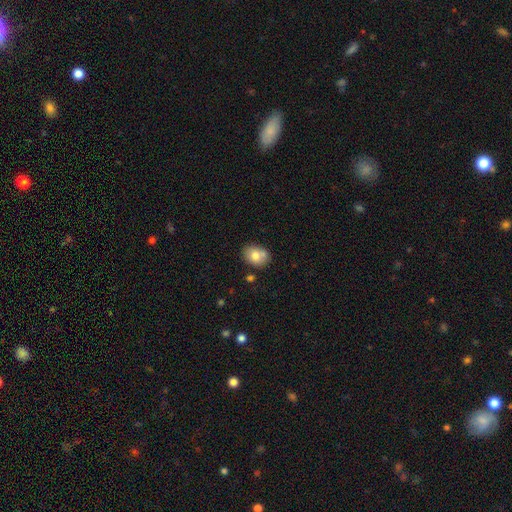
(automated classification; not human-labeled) Smooth or featured?
  - smooth: 76% *
  - featured or disk: 16%
  - star or artifact: 9%
How rounded?
  - in between: 63% *
  - round: 36%
  - cigar-shaped: 1%
Merging?
  - none: 65% *
  - minor disturbance: 17%
  - merger: 14%
  - major disturbance: 4%